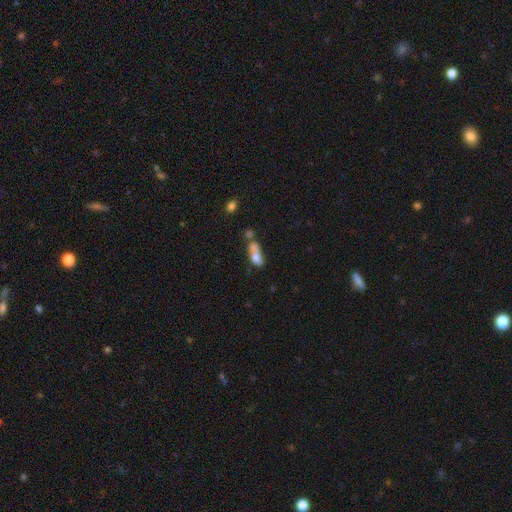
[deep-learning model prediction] smooth-or-featured: smooth: 66% | featured or disk: 24% | star or artifact: 10%
  how-rounded: in between: 68% | cigar-shaped: 26% | round: 6%
  merging: merger: 49% | none: 23% | minor disturbance: 15% | major disturbance: 12%